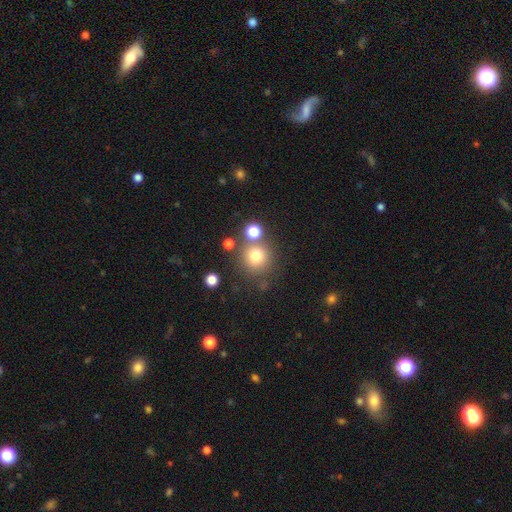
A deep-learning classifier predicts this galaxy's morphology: Smooth or featured? Predicted: smooth (p=0.75). How rounded? Predicted: round (p=0.93). Merging? Predicted: none (p=0.74).